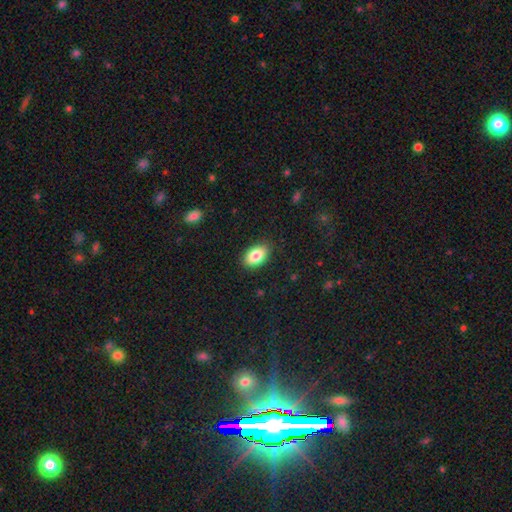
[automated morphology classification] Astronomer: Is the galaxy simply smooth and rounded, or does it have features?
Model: smooth — 84%.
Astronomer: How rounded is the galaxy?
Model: in between — 91%.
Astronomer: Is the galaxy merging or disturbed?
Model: none — 88%.